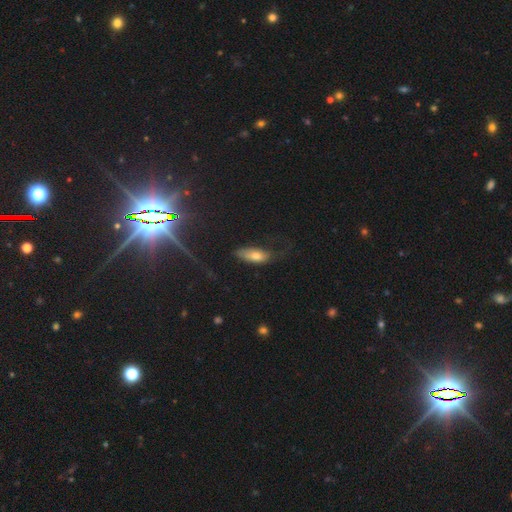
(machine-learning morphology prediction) A smooth galaxy with no disk features (59%) that is in between round and cigar-shaped (72%). Merging: none (50%).